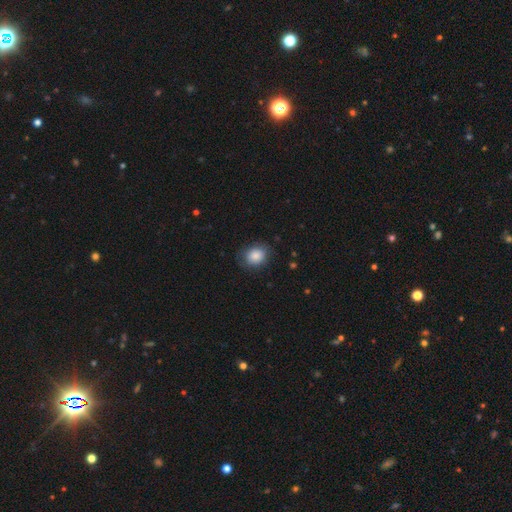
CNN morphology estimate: type=smooth (86%); roundness=round (51%); merging=none (78%).